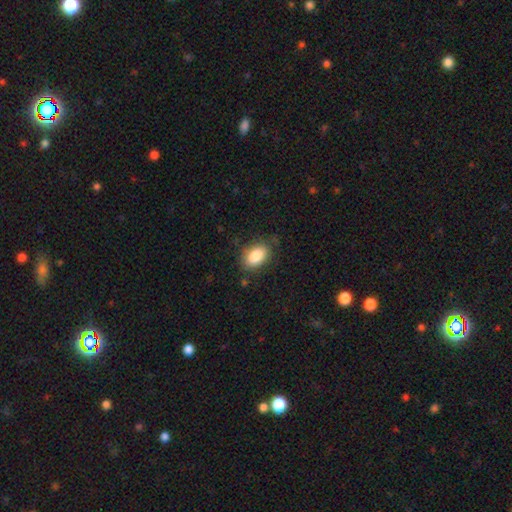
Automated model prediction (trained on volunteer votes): This is clearly a smooth galaxy (85%). How rounded: clearly in between (89%). Merging: likely none (80%).